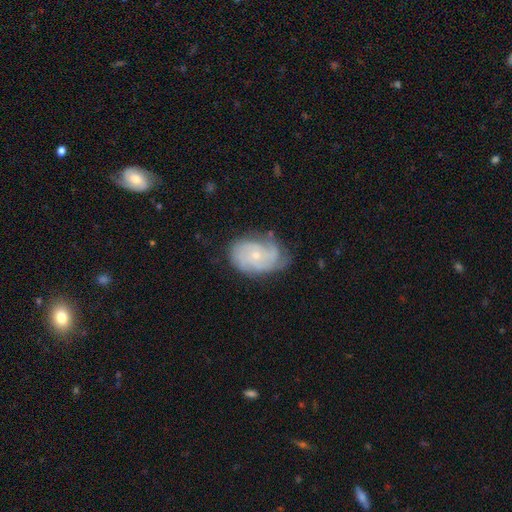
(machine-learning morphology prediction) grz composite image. It shows a featured or disk galaxy (76%) with no bar (77%), tight (56%) spiral arms (93%) and a small central bulge (71%). Merging: none (67%).